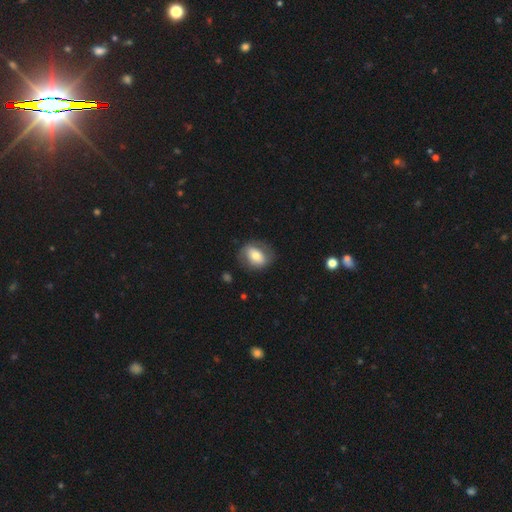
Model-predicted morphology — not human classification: A smooth galaxy with no disk features (56%) that is in between round and cigar-shaped (62%).

Vote fractions:
- Smooth or featured? smooth: 56% / featured or disk: 37% / star or artifact: 7%
- How rounded? in between: 62% / round: 37% / cigar-shaped: 2%
- Merging? none: 75% / minor disturbance: 16% / major disturbance: 8% / merger: 1%